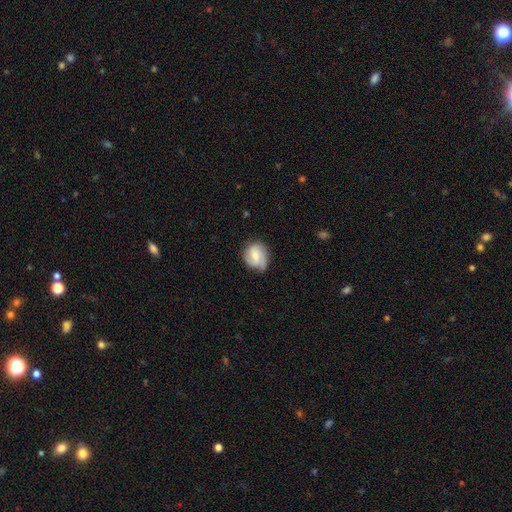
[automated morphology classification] smooth_or_featured: smooth (p=0.50) [alt: featured or disk p=0.43]
how_rounded: round (p=0.61) [alt: in between p=0.38]
merging: none (p=0.65) [alt: minor disturbance p=0.27]